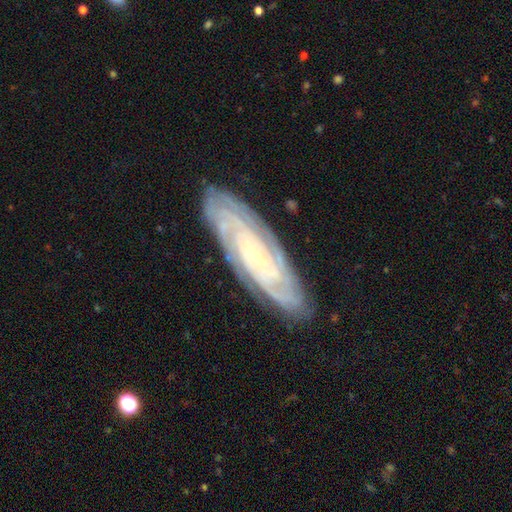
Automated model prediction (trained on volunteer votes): smooth-or-featured: featured or disk: 85% | smooth: 9% | star or artifact: 6%
  disk-edge-on: no: 88% | yes: 12%
    bar: no: 69% | weak: 23% | strong: 9%
    has-spiral-arms: yes: 97% | no: 3%
      spiral-winding: tight: 81% | medium: 16% | loose: 3%
      spiral-arm-count: can't tell: 28% | 4: 26% | 3: 16% | more than 4: 13% | 2: 11% | 1: 6%
    bulge-size: small: 83% | moderate: 12% | none: 3% | large: 1% | dominant: 1%
  merging: none: 84% | minor disturbance: 12% | major disturbance: 3% | merger: 1%